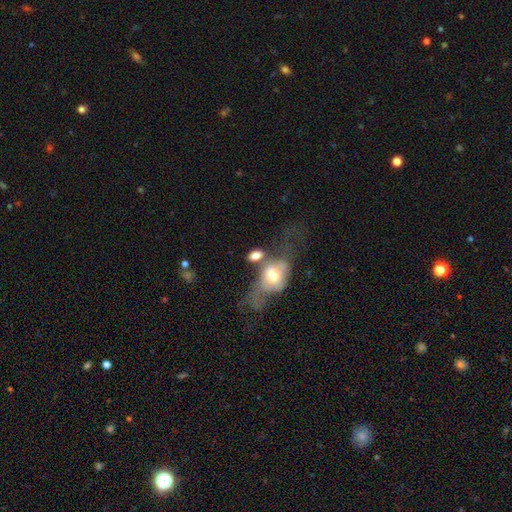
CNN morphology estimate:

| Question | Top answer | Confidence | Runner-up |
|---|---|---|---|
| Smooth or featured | smooth | 66% | featured or disk (25%) |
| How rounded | in between | 78% | round (18%) |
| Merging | merger | 40% | none (24%) |